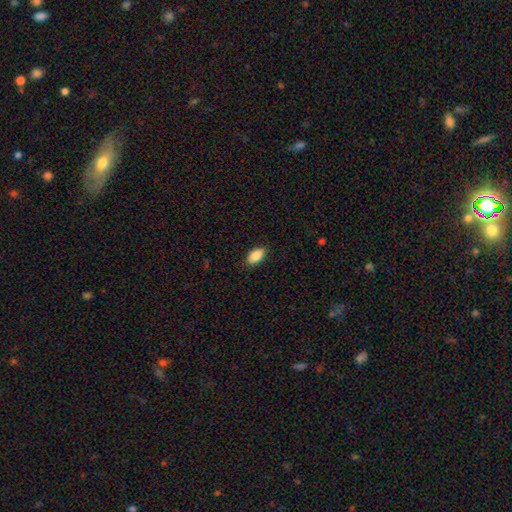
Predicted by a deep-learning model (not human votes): A smooth galaxy with no disk features (87%) that is in between round and cigar-shaped (93%). Merging: none (86%).